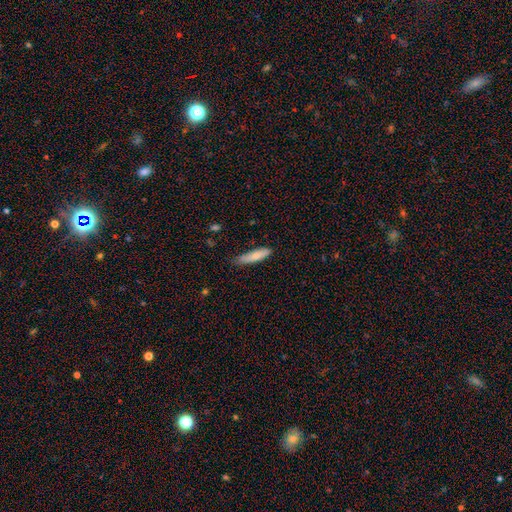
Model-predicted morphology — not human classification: Smooth or featured? Predicted: smooth (p=0.76). How rounded? Predicted: cigar-shaped (p=0.76). Merging? Predicted: none (p=0.66).